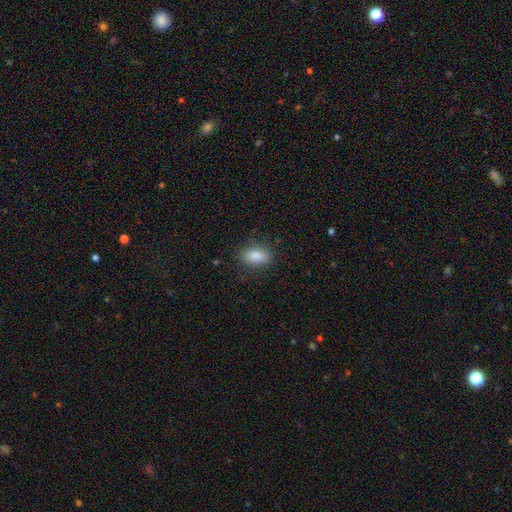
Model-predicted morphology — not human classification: type=smooth (84%); roundness=in between (88%); merging=none (86%).